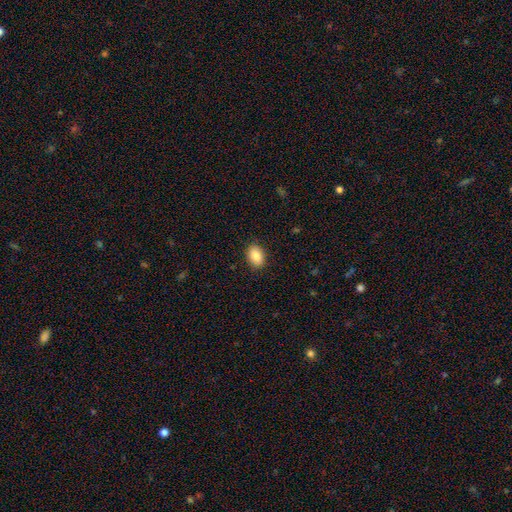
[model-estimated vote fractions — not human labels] Q: Smooth or featured?
A: smooth (86%); runner-up: star or artifact (8%)
Q: How rounded?
A: in between (80%); runner-up: round (19%)
Q: Merging?
A: none (89%); runner-up: minor disturbance (8%)